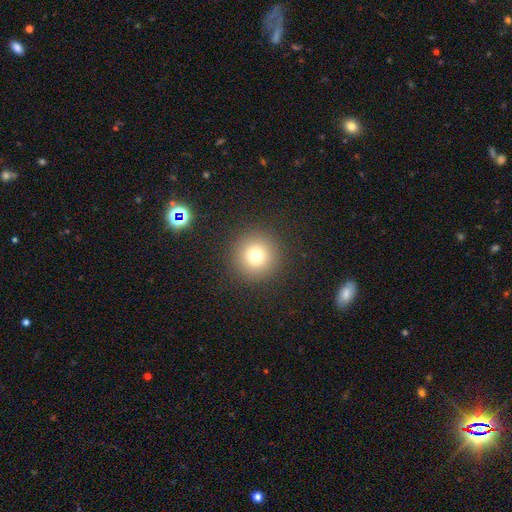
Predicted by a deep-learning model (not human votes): Smooth or featured: smooth — 75% (star or artifact — 15%)
How rounded: round — 96% (in between — 3%)
Merging: none — 92% (minor disturbance — 5%)